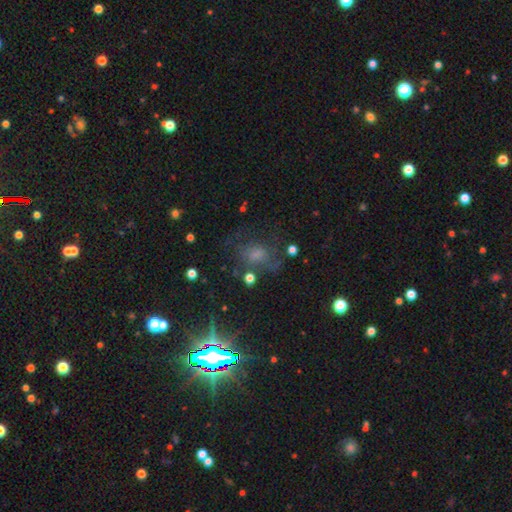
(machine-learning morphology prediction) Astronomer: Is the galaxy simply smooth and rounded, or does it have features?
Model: smooth — 34%, tied with star or artifact at 34%.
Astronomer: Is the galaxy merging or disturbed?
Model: none — 58%.